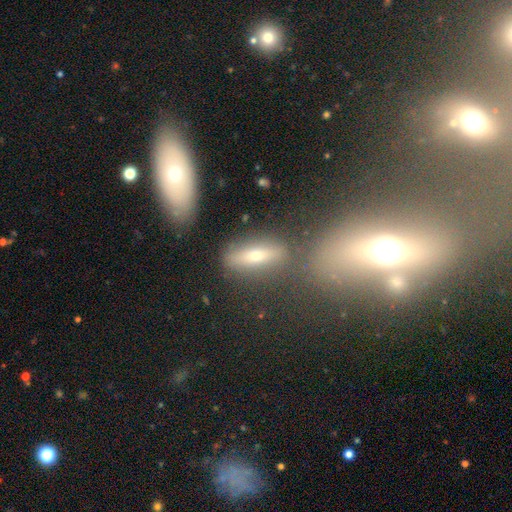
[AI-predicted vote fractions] A smooth galaxy with no disk features (52%) that is in between round and cigar-shaped (52%).

Vote fractions:
- Smooth or featured? smooth: 52% / featured or disk: 34% / star or artifact: 14%
- How rounded? in between: 52% / cigar-shaped: 41% / round: 8%
- Merging? none: 73% / minor disturbance: 12% / merger: 9% / major disturbance: 5%